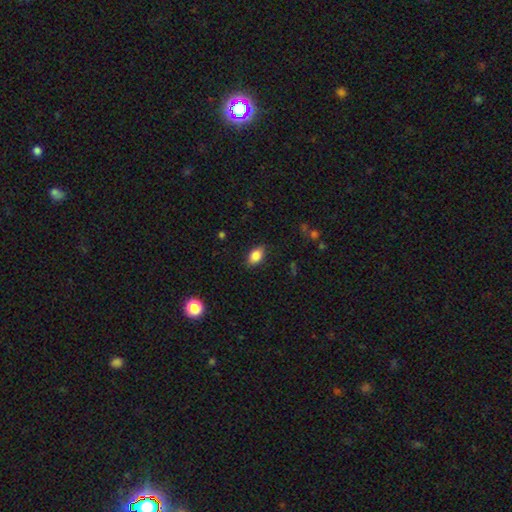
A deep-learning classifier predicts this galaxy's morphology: Smooth or featured? Predicted: smooth (p=0.85). How rounded? Predicted: in between (p=0.86). Merging? Predicted: none (p=0.82).